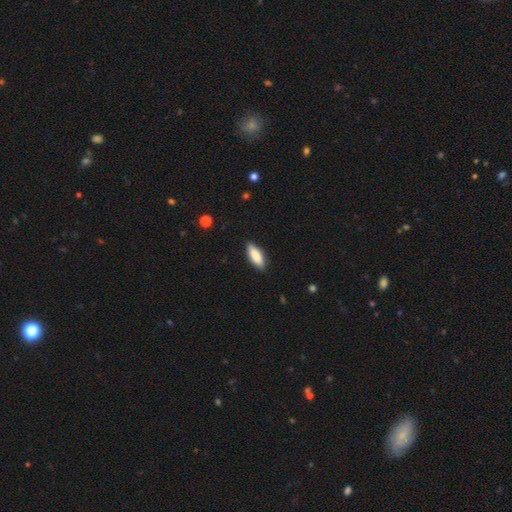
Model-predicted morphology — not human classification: This is clearly a smooth galaxy (85%). How rounded: likely in between (71%). Merging: clearly none (87%).